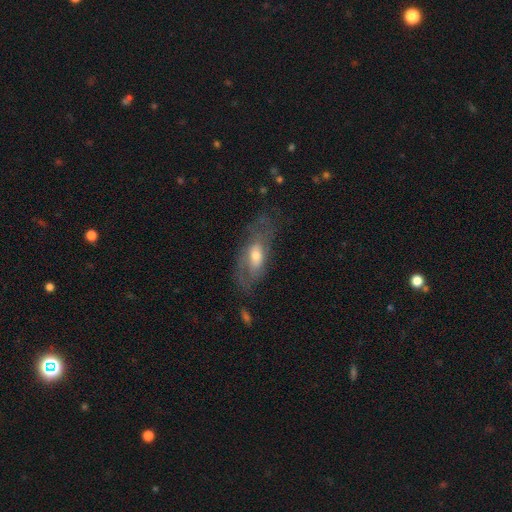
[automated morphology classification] This is possibly a featured or disk galaxy (58%). It is clearly not viewed edge-on (83%). Merging: possibly none (58%).